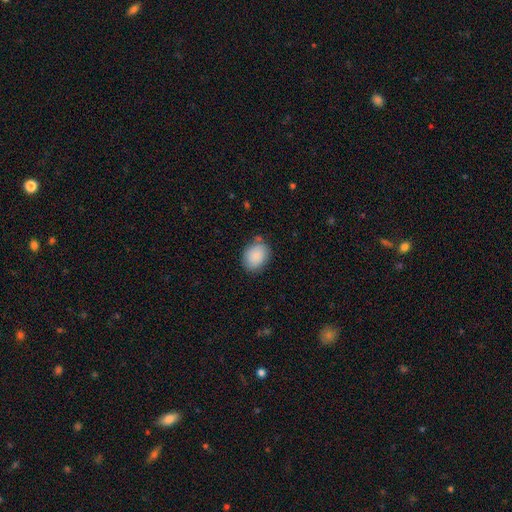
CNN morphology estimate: Q: Smooth or featured?
A: smooth (87%); runner-up: star or artifact (7%)
Q: How rounded?
A: in between (56%); runner-up: round (43%)
Q: Merging?
A: none (76%); runner-up: minor disturbance (17%)